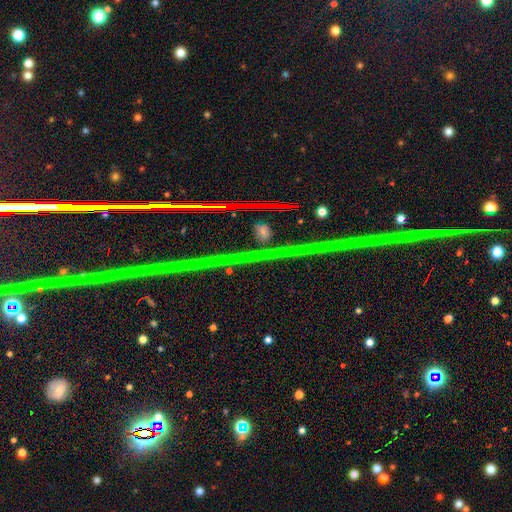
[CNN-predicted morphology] star or artifact 87%, featured or disk 8%, smooth 5%.